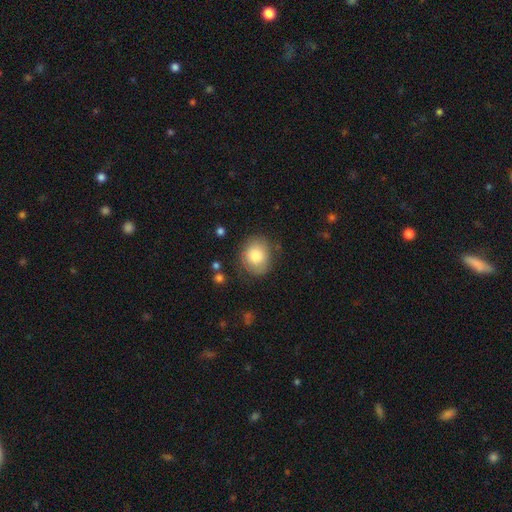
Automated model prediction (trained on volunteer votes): This appears to be a smooth galaxy with no disk features (81%) that is round (70%). Merging: none (77%).